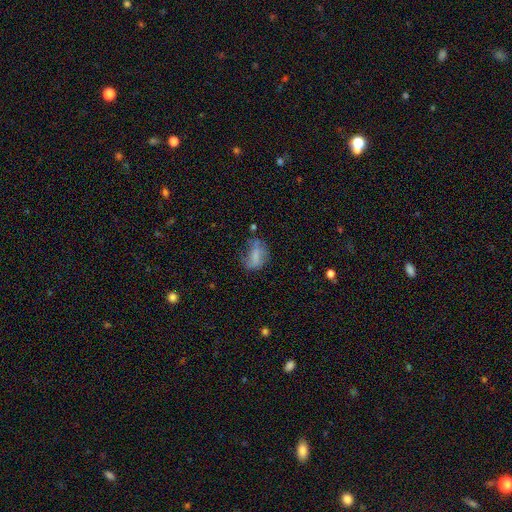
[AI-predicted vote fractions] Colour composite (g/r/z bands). It shows a smooth galaxy with no disk features (57%) that is in between round and cigar-shaped (77%). Merging: none (38%).